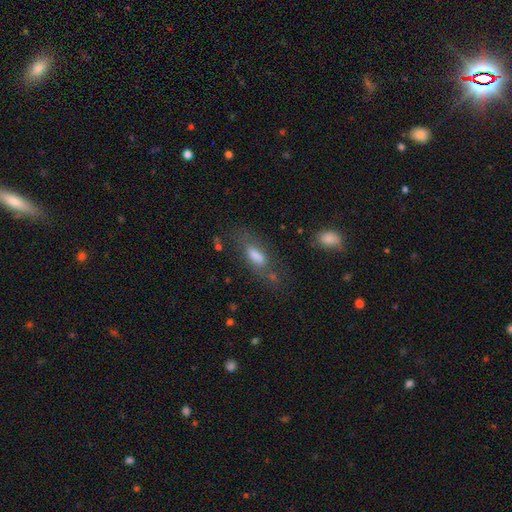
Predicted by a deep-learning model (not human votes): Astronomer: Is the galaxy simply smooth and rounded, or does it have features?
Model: smooth — 61%.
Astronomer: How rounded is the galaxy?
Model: in between — 59% (runner-up: cigar-shaped, 38%).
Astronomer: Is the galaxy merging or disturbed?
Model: none — 60%.